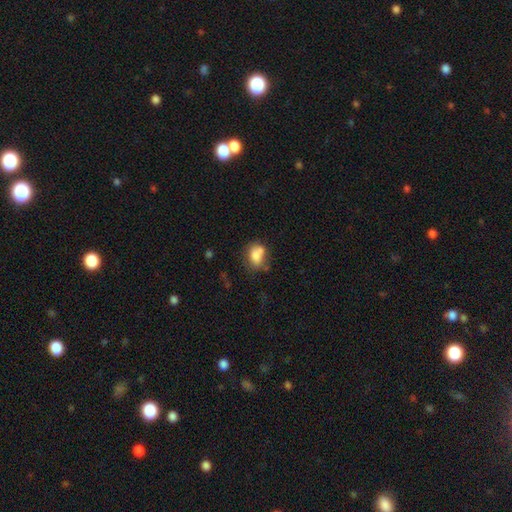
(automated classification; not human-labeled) A smooth galaxy with no disk features (74%) that is in between round and cigar-shaped (61%).

Vote fractions:
- Smooth or featured? smooth: 74% / featured or disk: 16% / star or artifact: 10%
- How rounded? in between: 61% / round: 38% / cigar-shaped: 1%
- Merging? none: 39% / merger: 34% / minor disturbance: 19% / major disturbance: 8%